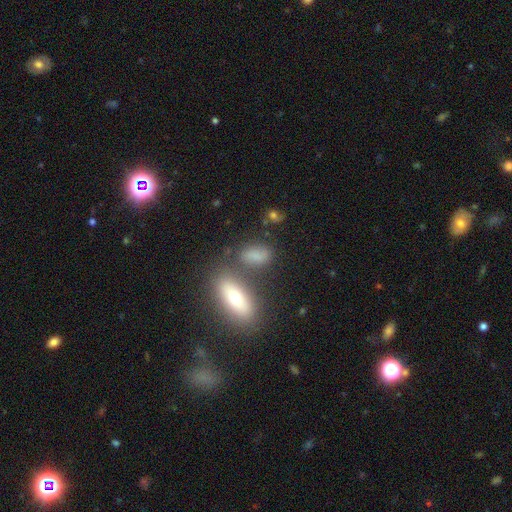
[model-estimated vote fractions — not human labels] smooth_or_featured: smooth (p=0.73) [alt: featured or disk p=0.15]
how_rounded: in between (p=0.79) [alt: round p=0.11]
merging: none (p=0.57) [alt: minor disturbance p=0.18]